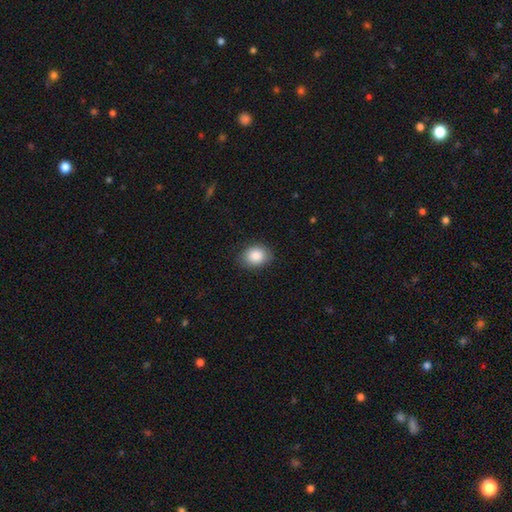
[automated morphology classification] type=smooth (88%); roundness=in between (59%); merging=none (84%).